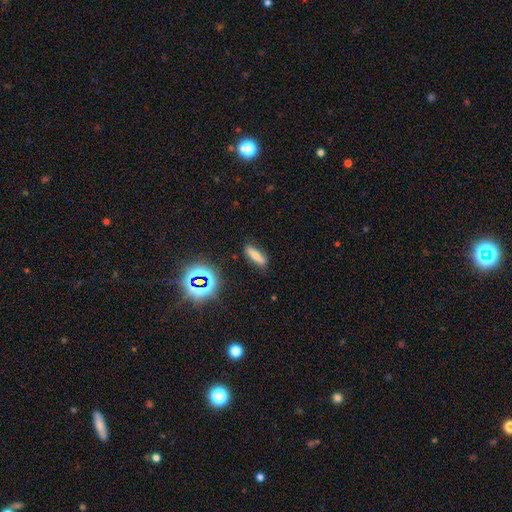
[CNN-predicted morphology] Smooth or featured?
  - smooth: 68% *
  - star or artifact: 16%
  - featured or disk: 16%
How rounded?
  - cigar-shaped: 57% *
  - in between: 39%
  - round: 5%
Merging?
  - none: 82% *
  - minor disturbance: 12%
  - major disturbance: 3%
  - merger: 2%